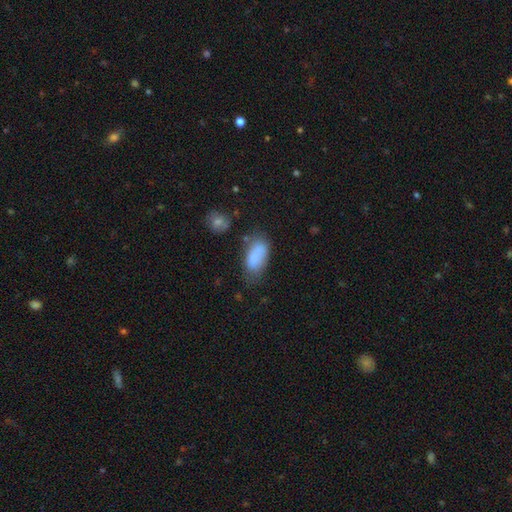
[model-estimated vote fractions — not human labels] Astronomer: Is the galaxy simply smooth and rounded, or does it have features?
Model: smooth — 82%.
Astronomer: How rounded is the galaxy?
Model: in between — 92%.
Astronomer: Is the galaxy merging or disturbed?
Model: none — 53% (runner-up: minor disturbance, 28%).